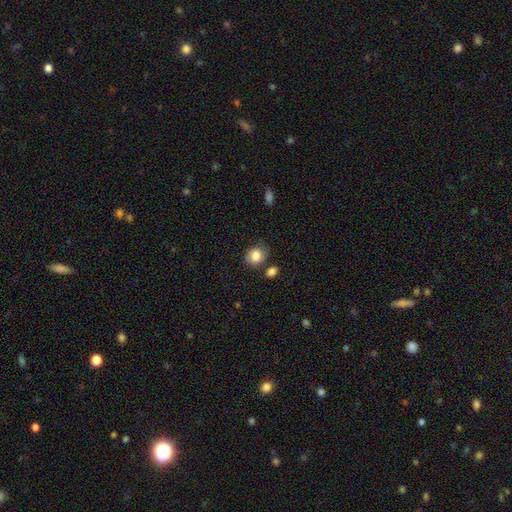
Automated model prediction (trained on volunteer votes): Smooth or featured: smooth — 82% (featured or disk — 10%)
How rounded: round — 50% (in between — 49%)
Merging: none — 68% (minor disturbance — 18%)